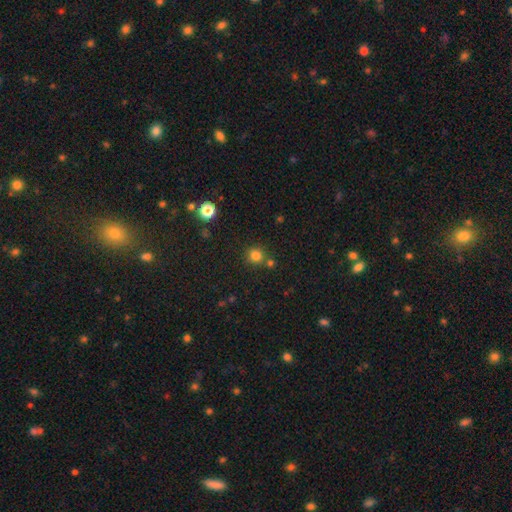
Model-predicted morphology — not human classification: type=smooth (80%); roundness=round (91%); merging=none (75%).